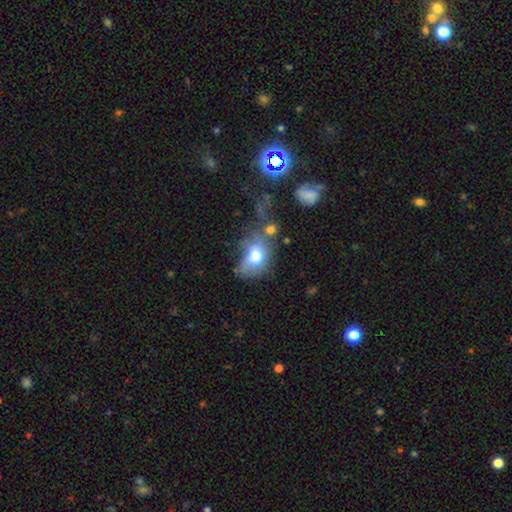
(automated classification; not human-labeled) The model was most divided on "merging": major disturbance: 29%, none: 27%, minor disturbance: 23%, merger: 21%. More confident: how rounded — in between (76%); smooth or featured — smooth (62%).